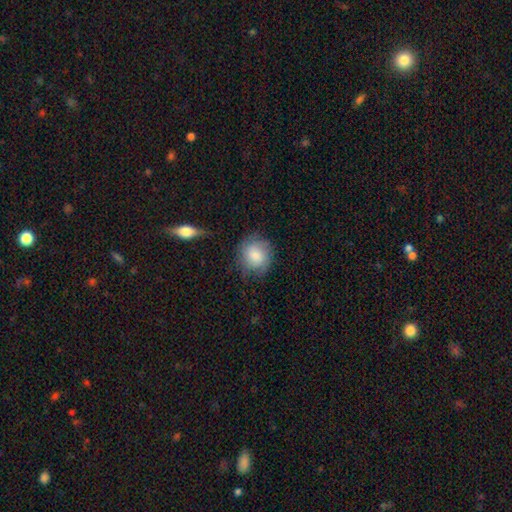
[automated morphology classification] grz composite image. It shows a smooth galaxy with no disk features (75%) that is round (83%). Merging: none (70%).